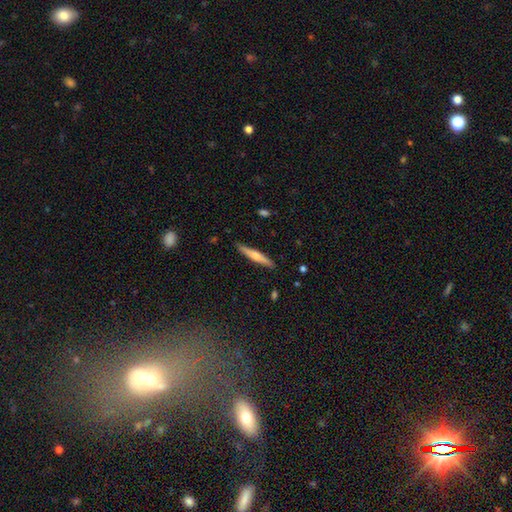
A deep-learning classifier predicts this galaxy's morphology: type=smooth (52%); roundness=cigar-shaped (92%); merging=none (89%).